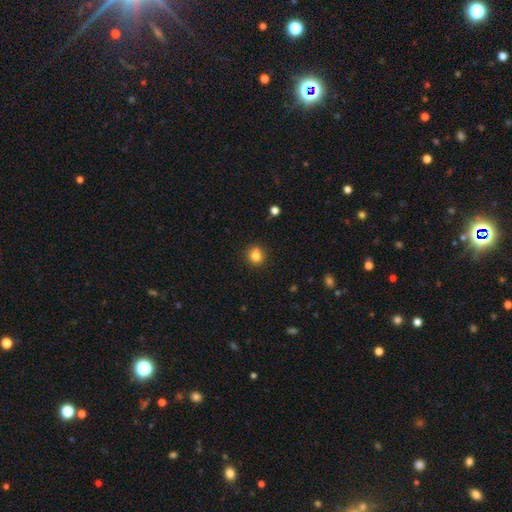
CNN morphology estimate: A smooth galaxy with no disk features (82%) that is round (83%).

Vote fractions:
- Smooth or featured? smooth: 82% / star or artifact: 11% / featured or disk: 6%
- How rounded? round: 83% / in between: 16% / cigar-shaped: 1%
- Merging? none: 84% / minor disturbance: 11% / merger: 3% / major disturbance: 2%